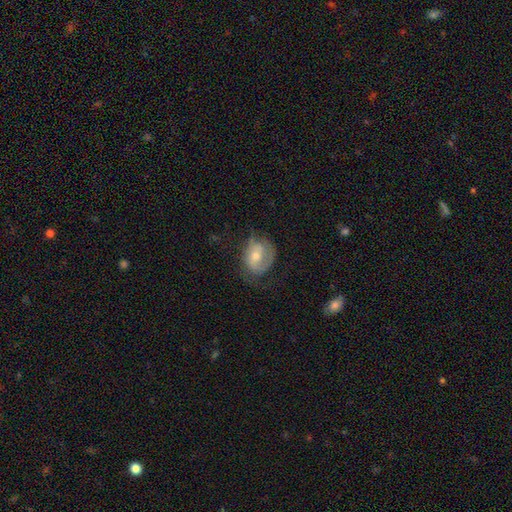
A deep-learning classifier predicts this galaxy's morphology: Overall: featured or disk (56%; smooth 36%). Edge-on disk: no (96%). Bar: no (54%; weak 36%). Spiral arms: yes (72%). Bulge size: moderate (59%; small 33%). Merging: none (52%; minor disturbance 27%).